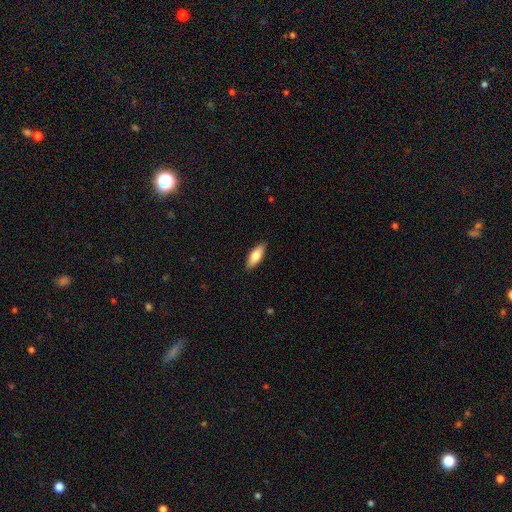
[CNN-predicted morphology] smooth 73%, featured or disk 21%, star or artifact 6%. Down the decision tree: how rounded — in between (71%); merging — none (88%).